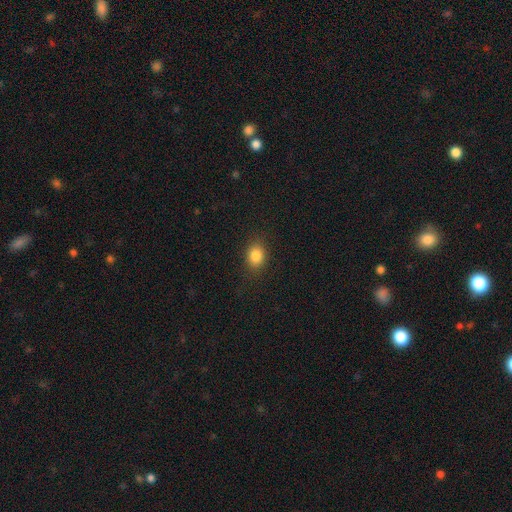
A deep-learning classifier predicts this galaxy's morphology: Smooth or featured? smooth (84%)
How rounded? in between (56%)
Merging? none (86%)